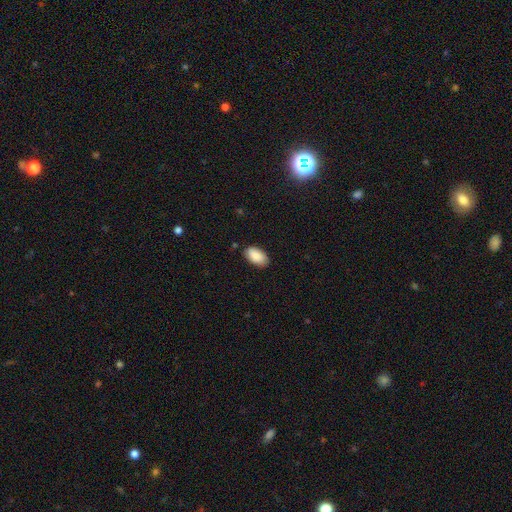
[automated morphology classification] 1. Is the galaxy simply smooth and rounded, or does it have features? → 90% smooth, 6% star or artifact, 4% featured or disk.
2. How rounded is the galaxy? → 95% in between, 3% round, 2% cigar-shaped.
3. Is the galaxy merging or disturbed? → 84% none, 13% minor disturbance, 2% major disturbance, 1% merger.